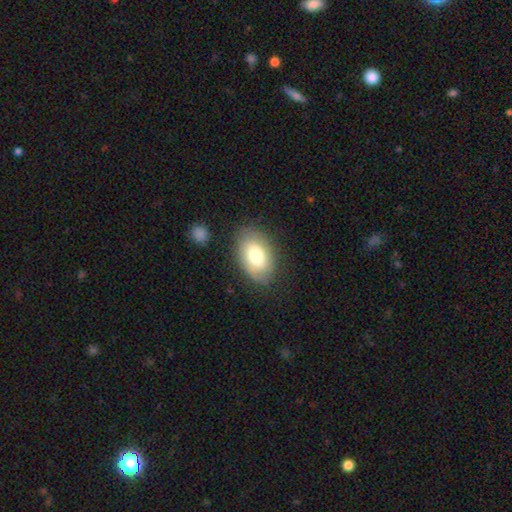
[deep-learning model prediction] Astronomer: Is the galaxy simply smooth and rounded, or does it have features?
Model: smooth — 75%.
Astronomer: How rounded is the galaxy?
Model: in between — 91%.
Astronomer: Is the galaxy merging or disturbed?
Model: none — 79%.